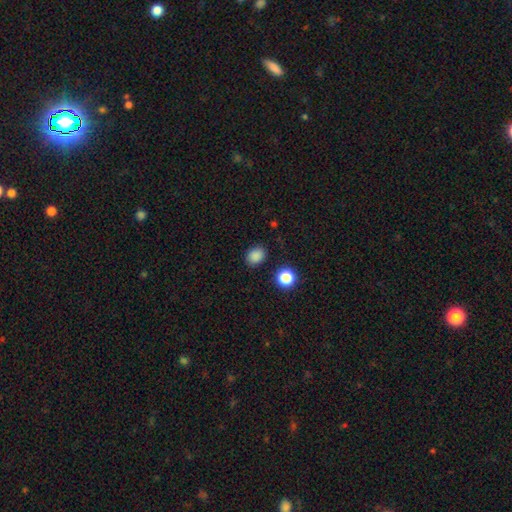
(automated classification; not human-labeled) This appears to be a smooth galaxy with no disk features (85%) that is round (50%). Merging: none (86%).